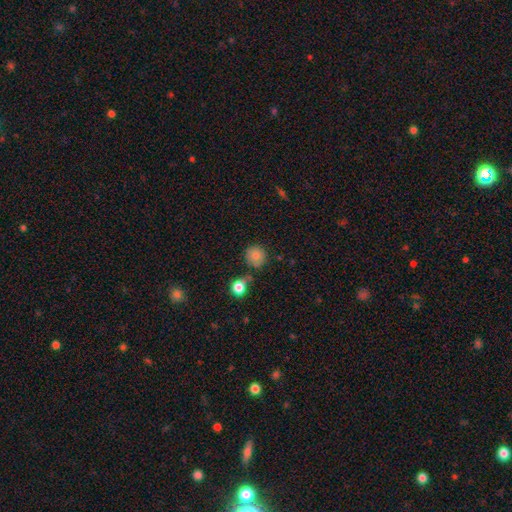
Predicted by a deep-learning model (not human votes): smooth 82%, star or artifact 11%, featured or disk 7%. Down the decision tree: how rounded — round (90%); merging — none (69%).